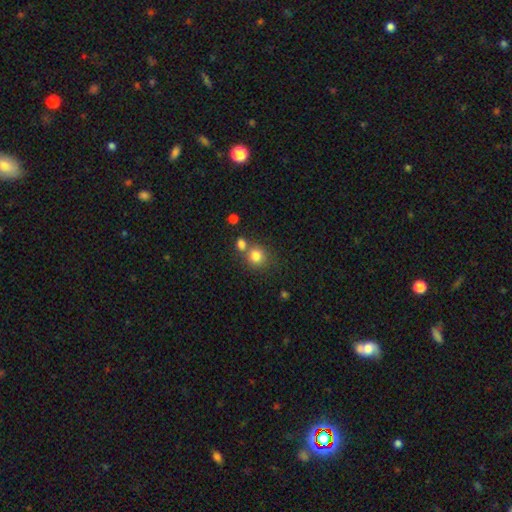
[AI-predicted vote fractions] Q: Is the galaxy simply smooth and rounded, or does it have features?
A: smooth — 81%.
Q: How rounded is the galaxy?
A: round — 86%.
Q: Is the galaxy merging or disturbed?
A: none — 60%.